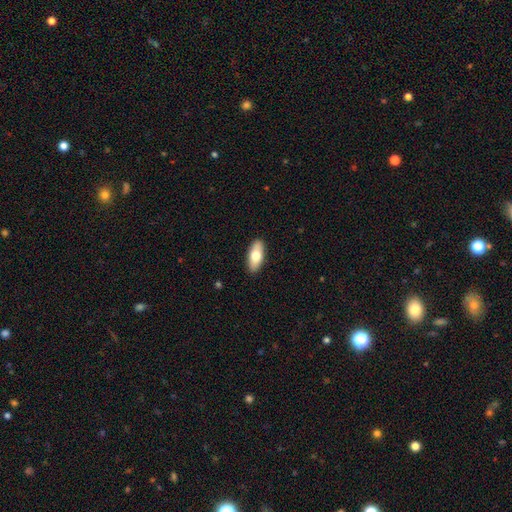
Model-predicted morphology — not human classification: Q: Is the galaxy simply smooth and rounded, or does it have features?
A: smooth — 72%.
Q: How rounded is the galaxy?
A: in between — 81%.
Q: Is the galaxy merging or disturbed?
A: none — 89%.